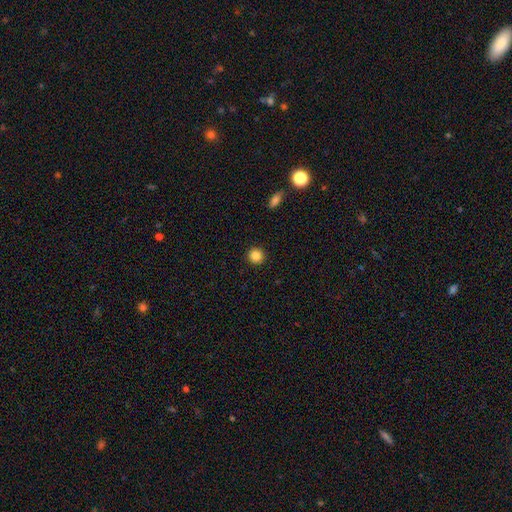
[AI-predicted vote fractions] Smooth or featured?
  - smooth: 86% *
  - star or artifact: 10%
  - featured or disk: 4%
How rounded?
  - round: 95% *
  - in between: 4%
  - cigar-shaped: 1%
Merging?
  - none: 93% *
  - minor disturbance: 5%
  - major disturbance: 2%
  - merger: 1%